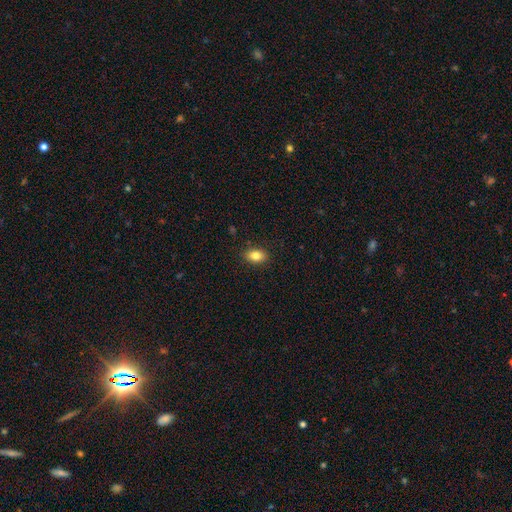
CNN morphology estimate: Smooth or featured? Predicted: smooth (p=0.84). How rounded? Predicted: in between (p=0.83). Merging? Predicted: none (p=0.88).